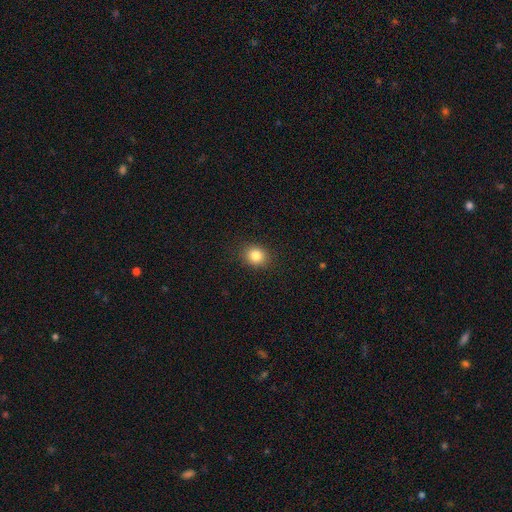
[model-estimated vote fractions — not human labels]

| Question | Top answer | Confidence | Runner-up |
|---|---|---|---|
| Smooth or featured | smooth | 84% | star or artifact (11%) |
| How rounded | round | 70% | in between (29%) |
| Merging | none | 89% | minor disturbance (8%) |